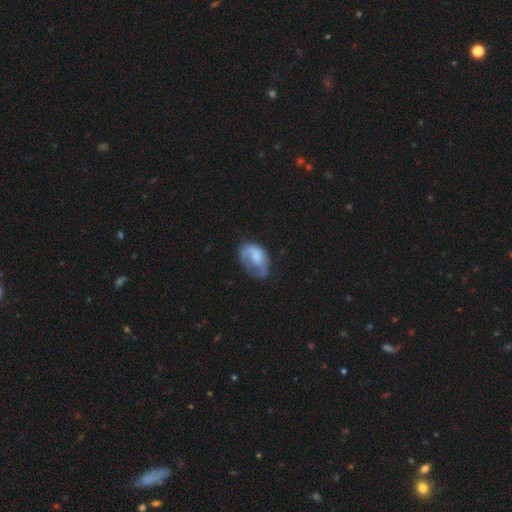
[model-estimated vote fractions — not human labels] Q: Smooth or featured?
A: smooth (50%); runner-up: featured or disk (43%)
Q: How rounded?
A: in between (82%); runner-up: round (16%)
Q: Merging?
A: none (38%); runner-up: major disturbance (30%)